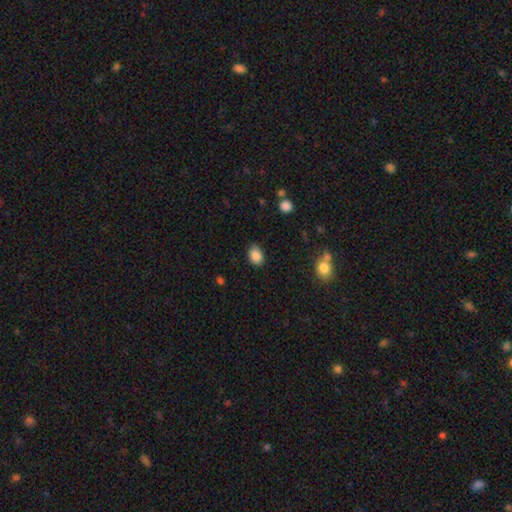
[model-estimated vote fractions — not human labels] A smooth galaxy with no disk features (86%) that is in between round and cigar-shaped (73%).

Vote fractions:
- Smooth or featured? smooth: 86% / star or artifact: 9% / featured or disk: 5%
- How rounded? in between: 73% / round: 26% / cigar-shaped: 1%
- Merging? none: 79% / minor disturbance: 17% / major disturbance: 3% / merger: 2%